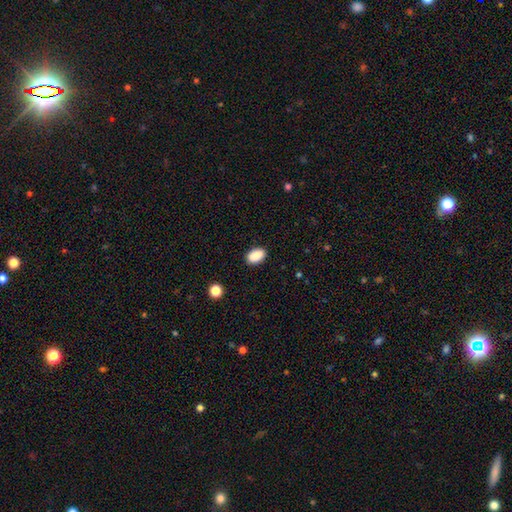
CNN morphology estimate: This appears to be a smooth galaxy with no disk features (89%) that is in between round and cigar-shaped (91%). Merging: none (88%).